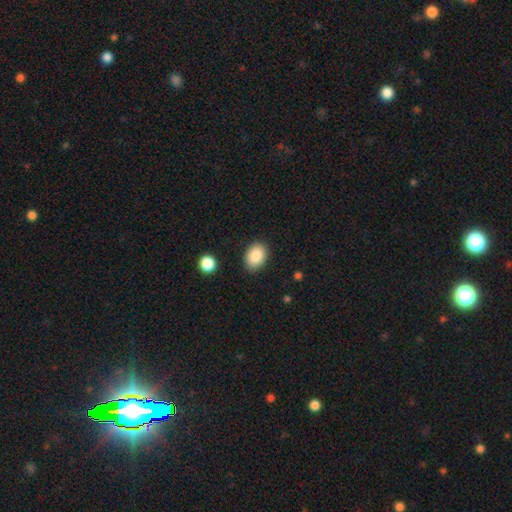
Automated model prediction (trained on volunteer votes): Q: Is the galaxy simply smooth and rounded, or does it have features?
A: smooth — 86%.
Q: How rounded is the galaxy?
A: in between — 74%.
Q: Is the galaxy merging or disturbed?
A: none — 86%.